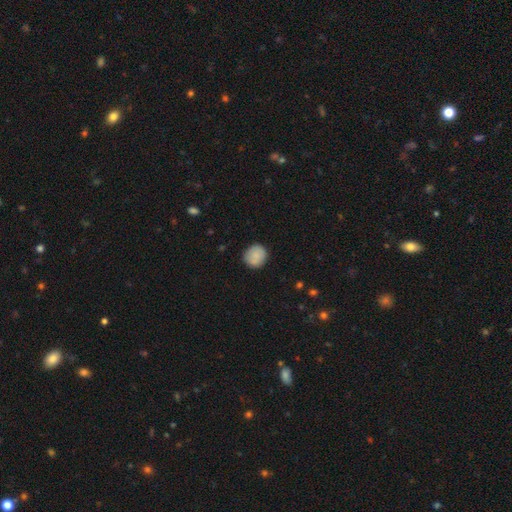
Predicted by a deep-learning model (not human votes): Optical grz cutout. It shows a smooth galaxy with no disk features (87%) that is round (86%). Merging: none (86%).